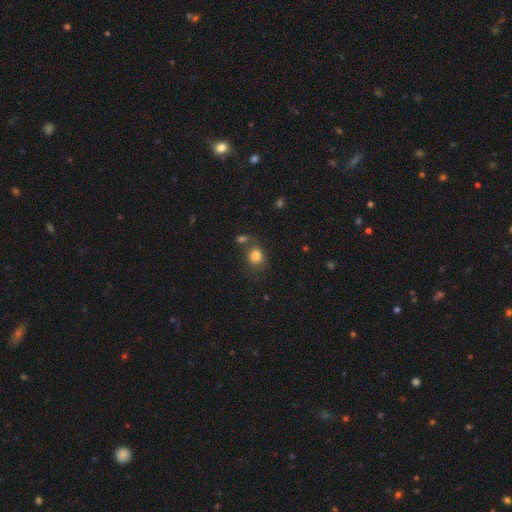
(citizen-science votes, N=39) Volunteers were most divided on "merging": none: 51%, merger: 31%, minor disturbance: 11%, major disturbance: 6%. More confident: smooth or featured — smooth (90%); how rounded — round (77%).